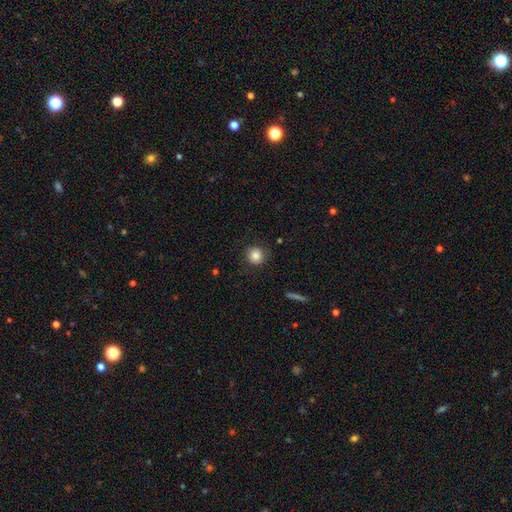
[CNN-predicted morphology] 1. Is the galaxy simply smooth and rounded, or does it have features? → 83% smooth, 10% star or artifact, 7% featured or disk.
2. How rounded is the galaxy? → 92% round, 7% in between, 1% cigar-shaped.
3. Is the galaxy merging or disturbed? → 84% none, 11% minor disturbance, 3% major disturbance, 1% merger.